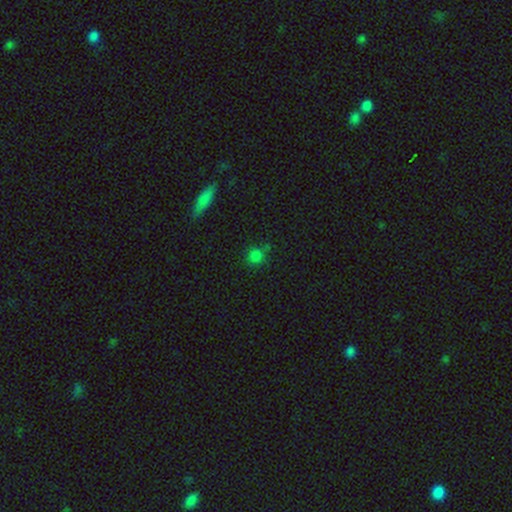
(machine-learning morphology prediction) smooth_or_featured: smooth (p=0.75) [alt: star or artifact p=0.20]
how_rounded: round (p=0.90) [alt: in between p=0.09]
merging: none (p=0.76) [alt: minor disturbance p=0.13]